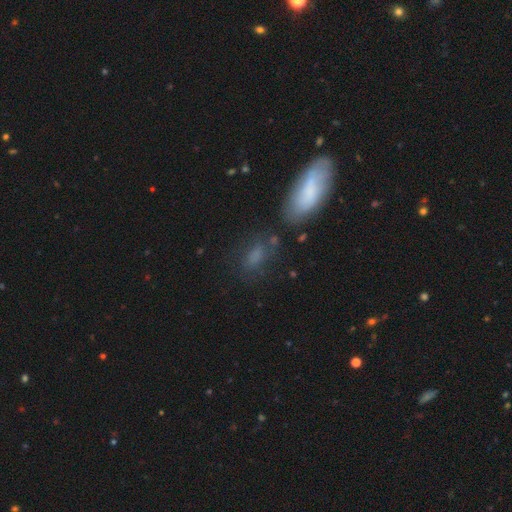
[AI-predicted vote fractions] A smooth galaxy with no disk features (67%) that is in between round and cigar-shaped (74%). Merging: none (56%).